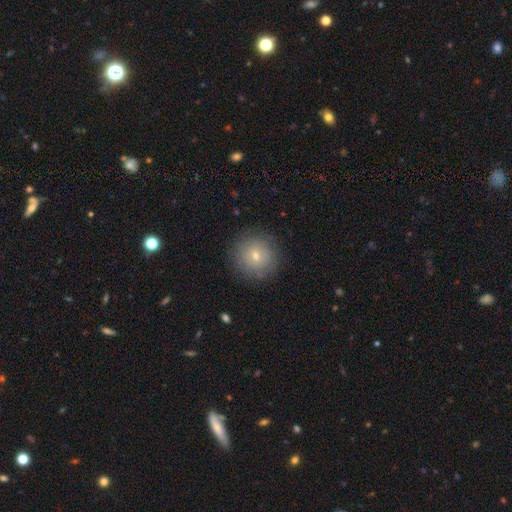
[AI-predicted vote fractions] Q: Smooth or featured?
A: smooth (65%); runner-up: featured or disk (22%)
Q: How rounded?
A: round (94%); runner-up: in between (5%)
Q: Merging?
A: none (87%); runner-up: minor disturbance (9%)